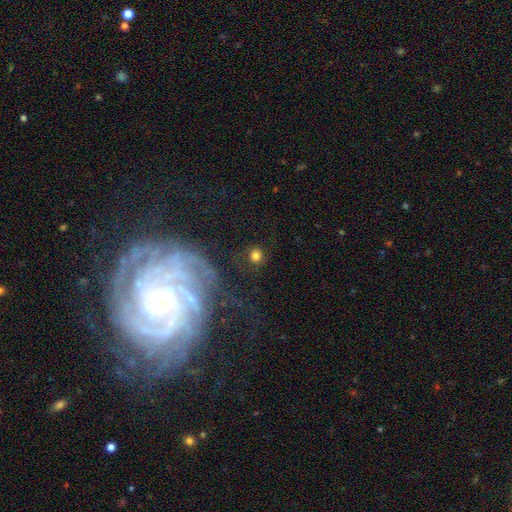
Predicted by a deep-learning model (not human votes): This appears to be a smooth galaxy with no disk features (76%) that is round (90%). Merging: none (83%).